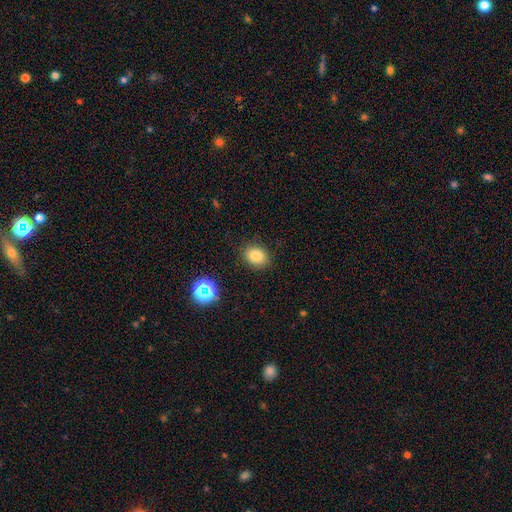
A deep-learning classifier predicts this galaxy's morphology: This appears to be a smooth galaxy with no disk features (80%) that is in between round and cigar-shaped (50%). Merging: none (85%).